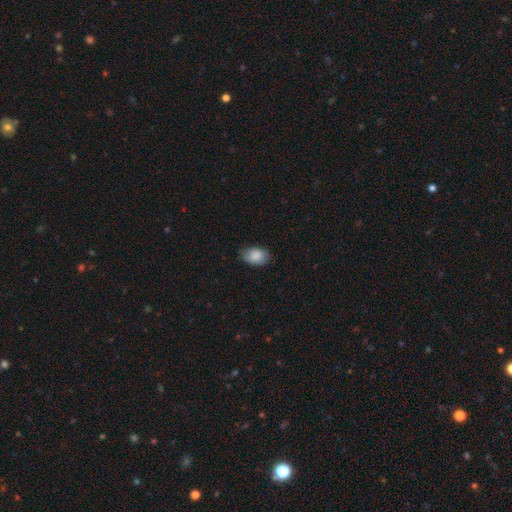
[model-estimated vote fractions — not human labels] smooth_or_featured: smooth (p=0.87) [alt: star or artifact p=0.07]
how_rounded: in between (p=0.89) [alt: round p=0.09]
merging: none (p=0.79) [alt: minor disturbance p=0.17]